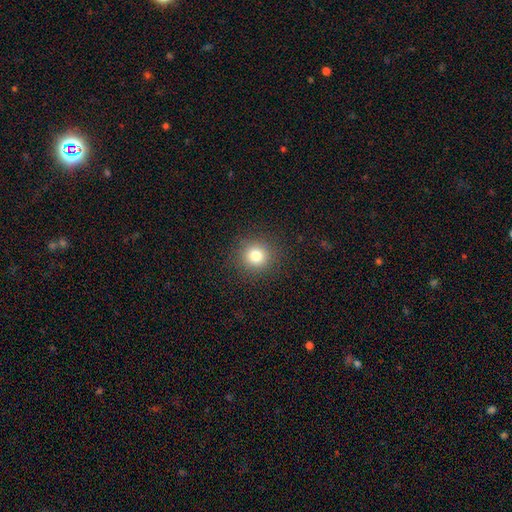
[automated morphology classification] Q: Smooth or featured?
A: smooth (80%); runner-up: star or artifact (13%)
Q: How rounded?
A: round (92%); runner-up: in between (7%)
Q: Merging?
A: none (90%); runner-up: minor disturbance (6%)